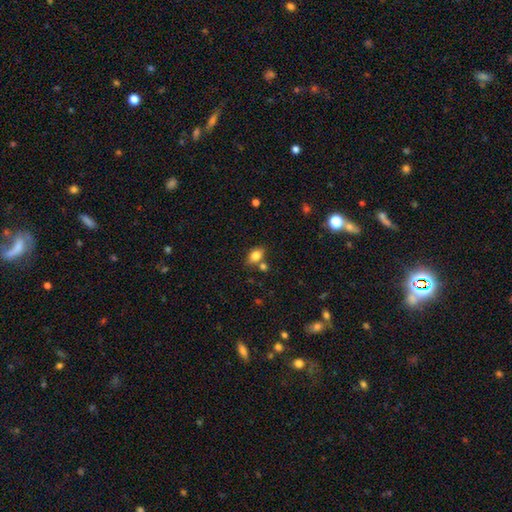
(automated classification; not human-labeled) Smooth or featured? Predicted: smooth (p=0.81). How rounded? Predicted: in between (p=0.80). Merging? Predicted: none (p=0.65).